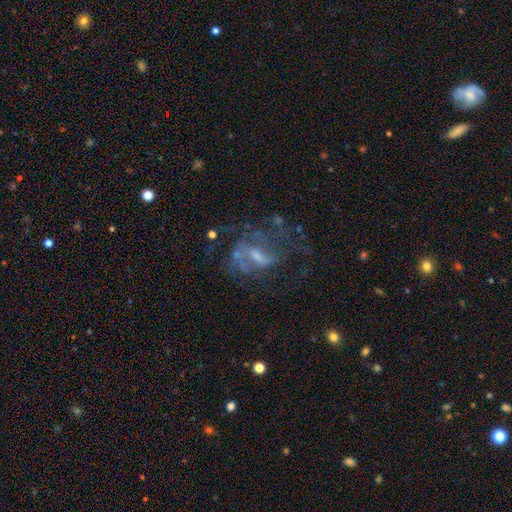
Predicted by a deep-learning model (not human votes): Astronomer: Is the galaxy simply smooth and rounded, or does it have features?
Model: featured or disk — 71%.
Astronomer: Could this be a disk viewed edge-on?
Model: no — 96%.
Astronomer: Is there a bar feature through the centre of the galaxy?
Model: weak — 47% (runner-up: no, 37%).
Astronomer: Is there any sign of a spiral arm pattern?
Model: yes — 61% (runner-up: no, 39%).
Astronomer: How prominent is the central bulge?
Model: small — 42% (runner-up: moderate, 35%).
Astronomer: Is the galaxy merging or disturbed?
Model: none — 43% (runner-up: major disturbance, 34%).